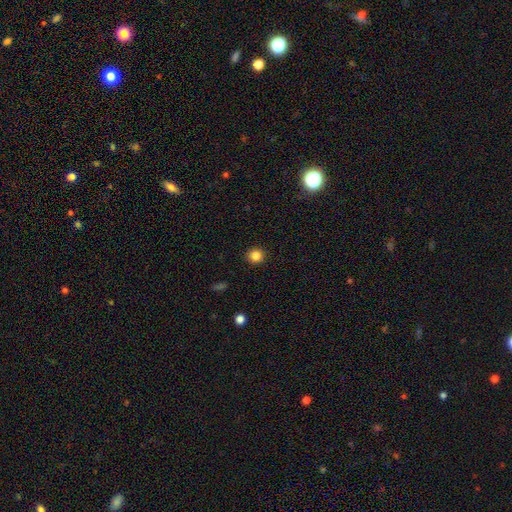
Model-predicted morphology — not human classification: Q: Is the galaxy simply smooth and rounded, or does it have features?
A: smooth — 84%.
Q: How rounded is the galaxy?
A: round — 91%.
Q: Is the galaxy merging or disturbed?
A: none — 92%.